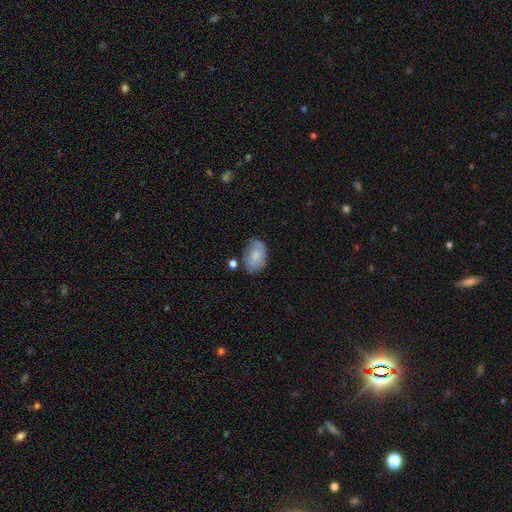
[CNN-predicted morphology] A smooth galaxy with no disk features (75%) that is in between round and cigar-shaped (88%).

Vote fractions:
- Smooth or featured? smooth: 75% / featured or disk: 18% / star or artifact: 7%
- How rounded? in between: 88% / round: 10% / cigar-shaped: 2%
- Merging? none: 60% / minor disturbance: 27% / major disturbance: 7% / merger: 6%